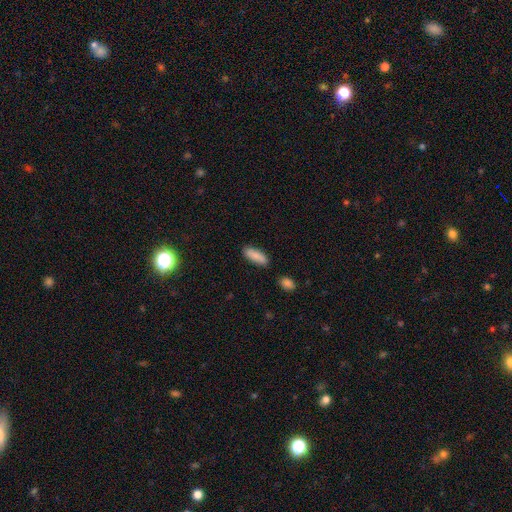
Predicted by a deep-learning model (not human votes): Smooth or featured: smooth — 87% (star or artifact — 7%)
How rounded: in between — 65% (cigar-shaped — 33%)
Merging: none — 84% (minor disturbance — 11%)